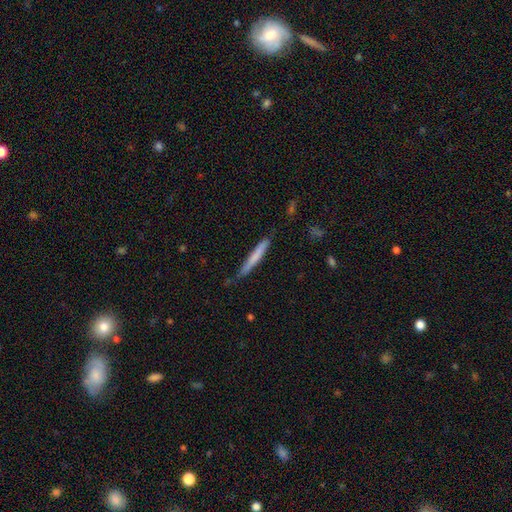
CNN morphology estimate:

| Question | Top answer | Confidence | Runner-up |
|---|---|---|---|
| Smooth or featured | smooth | 67% | featured or disk (27%) |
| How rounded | cigar-shaped | 96% | in between (3%) |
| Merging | none | 77% | minor disturbance (19%) |